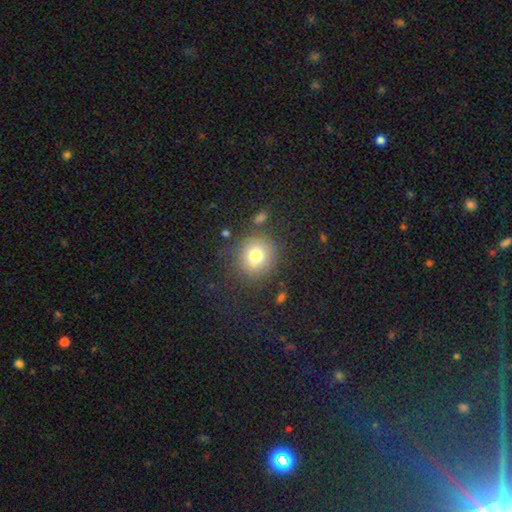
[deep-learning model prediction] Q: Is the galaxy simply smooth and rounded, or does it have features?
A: smooth — 75%.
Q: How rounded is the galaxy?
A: round — 87%.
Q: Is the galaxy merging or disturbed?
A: none — 77%.